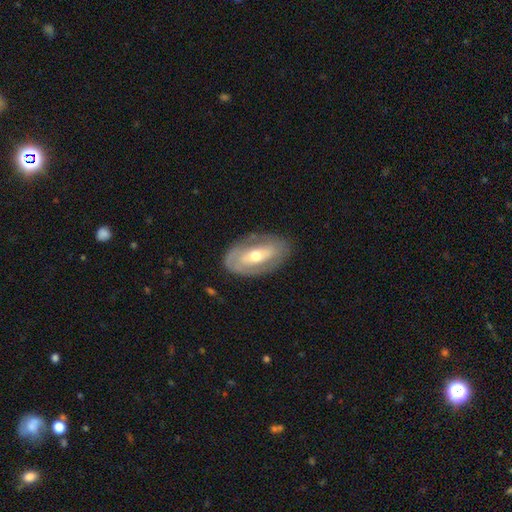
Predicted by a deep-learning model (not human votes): This is likely a featured or disk galaxy (67%). It is clearly not viewed edge-on (90%). Bar: marginally no (39%). Spiral arm pattern: possibly yes (54%). Central bulge: likely moderate (68%). Merging: likely none (78%).